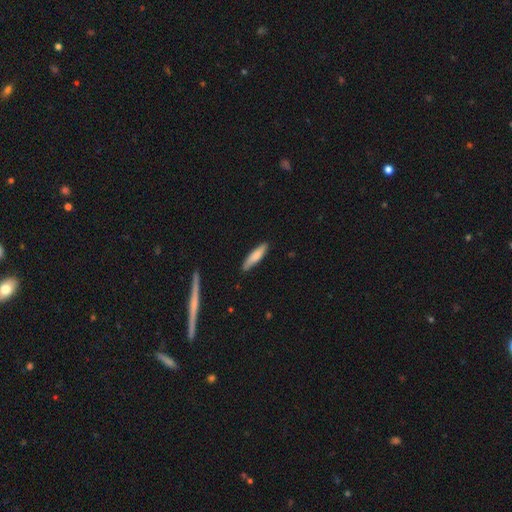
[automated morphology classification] A smooth galaxy with no disk features (79%) that is cigar-shaped (76%). Merging: none (84%).